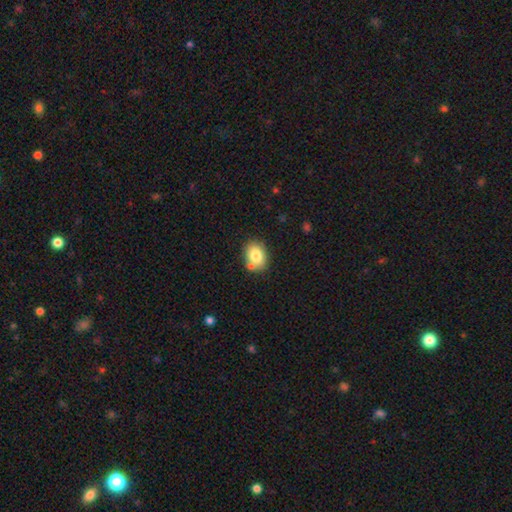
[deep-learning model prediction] Q: Smooth or featured?
A: smooth (80%); runner-up: featured or disk (11%)
Q: How rounded?
A: in between (66%); runner-up: round (33%)
Q: Merging?
A: none (72%); runner-up: minor disturbance (13%)